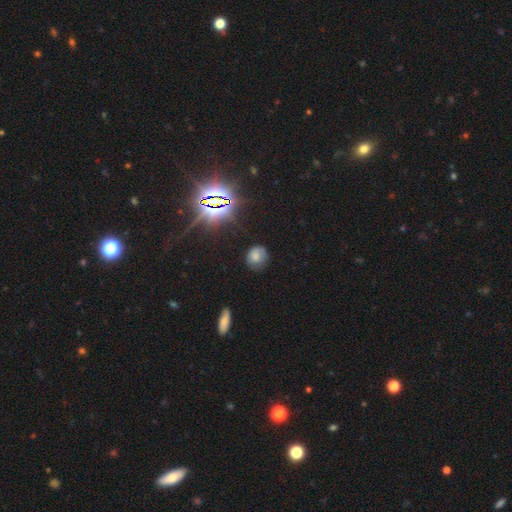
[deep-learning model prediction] Smooth or featured: smooth — 68% (star or artifact — 18%)
How rounded: round — 72% (in between — 27%)
Merging: none — 69% (minor disturbance — 23%)